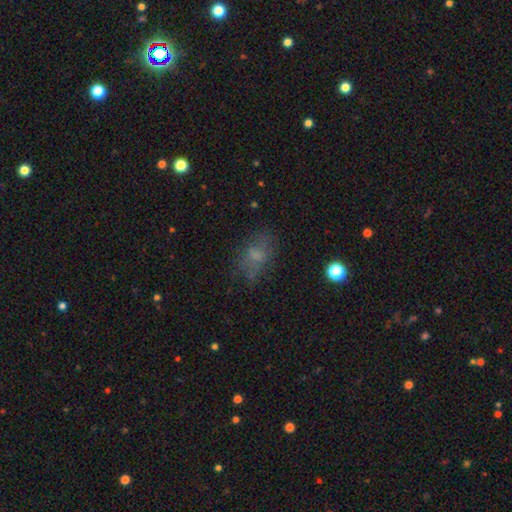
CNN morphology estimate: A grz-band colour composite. It shows a smooth galaxy with no disk features (56%) that is in between round and cigar-shaped (81%). Merging: none (60%).